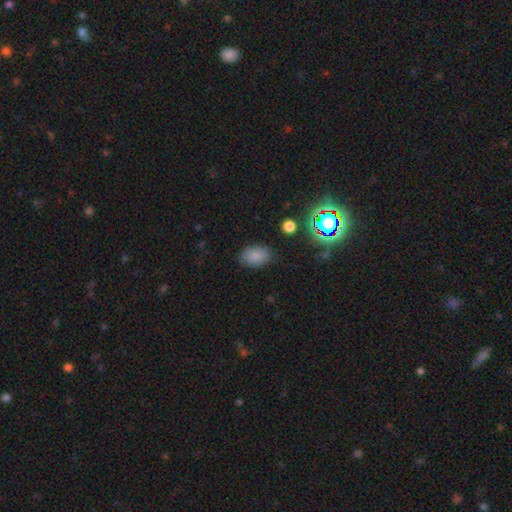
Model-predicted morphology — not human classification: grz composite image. It shows a smooth galaxy with no disk features (81%) that is in between round and cigar-shaped (85%). Merging: none (82%).